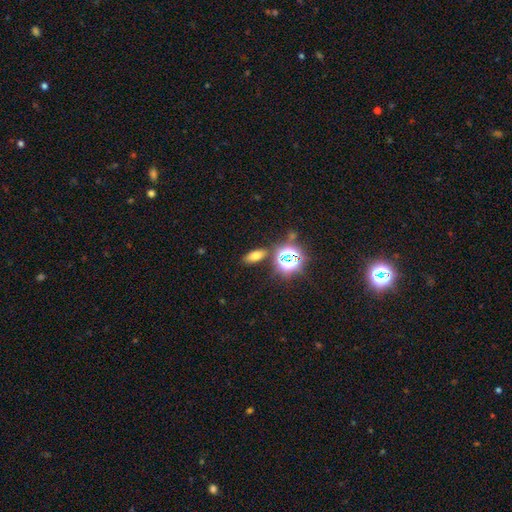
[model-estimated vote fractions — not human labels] Smooth or featured: smooth — 60% (star or artifact — 28%)
How rounded: in between — 76% (cigar-shaped — 13%)
Merging: none — 83% (minor disturbance — 9%)